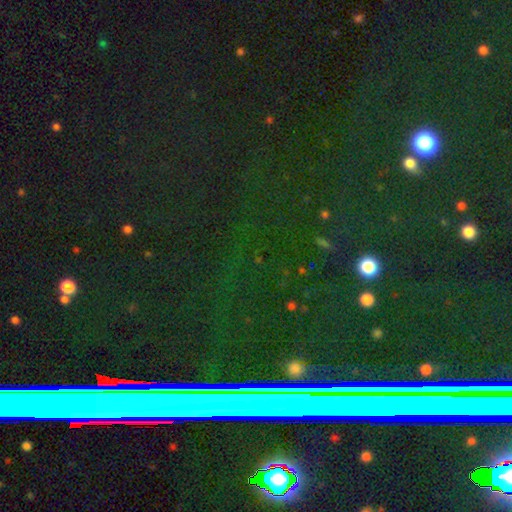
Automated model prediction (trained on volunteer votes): Smooth or featured?
  - star or artifact: 78% *
  - smooth: 12%
  - featured or disk: 10%